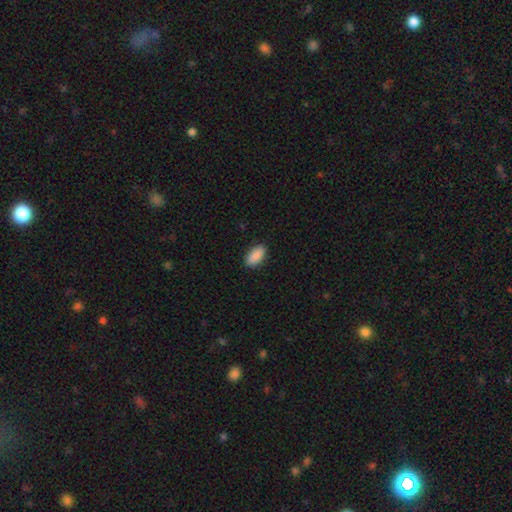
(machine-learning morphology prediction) type=smooth (90%); roundness=in between (92%); merging=none (88%).